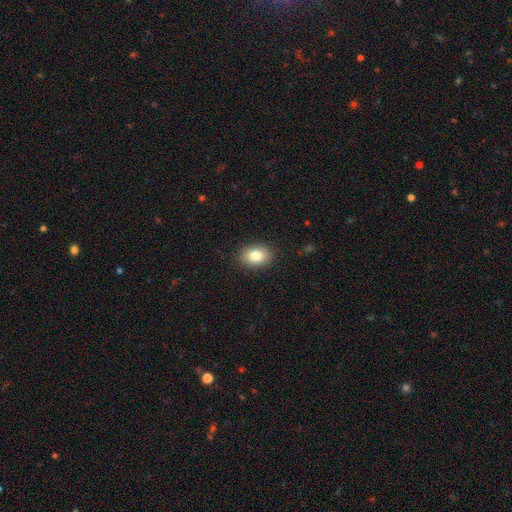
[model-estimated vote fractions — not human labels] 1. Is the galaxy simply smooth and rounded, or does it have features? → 83% smooth, 9% star or artifact, 9% featured or disk.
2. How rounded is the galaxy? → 78% in between, 21% round, 1% cigar-shaped.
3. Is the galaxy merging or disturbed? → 88% none, 8% minor disturbance, 2% major disturbance, 1% merger.